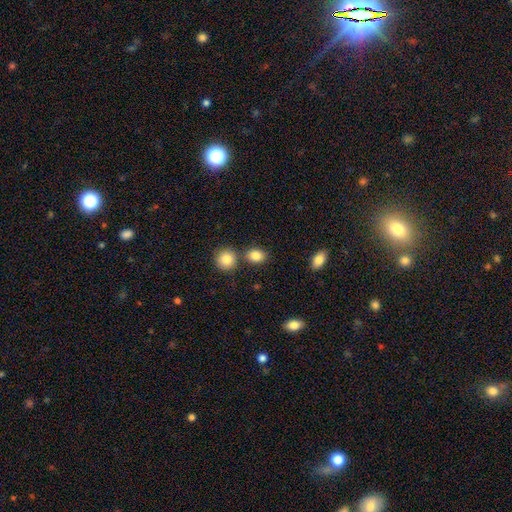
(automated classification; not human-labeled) A smooth galaxy with no disk features (85%) that is in between round and cigar-shaped (50%). Merging: none (74%).